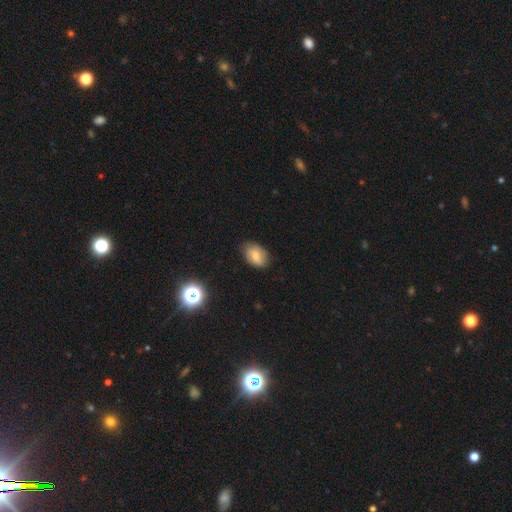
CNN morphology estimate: smooth_or_featured: smooth (p=0.68) [alt: featured or disk p=0.22]
how_rounded: in between (p=0.80) [alt: round p=0.19]
merging: none (p=0.75) [alt: minor disturbance p=0.21]